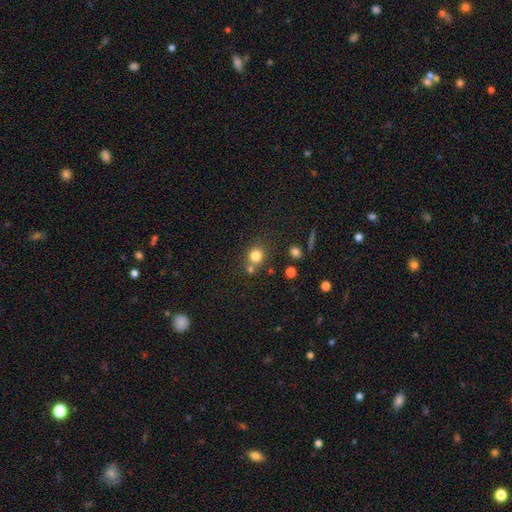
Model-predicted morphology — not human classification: Smooth or featured? Predicted: smooth (p=0.80). How rounded? Predicted: round (p=0.84). Merging? Predicted: none (p=0.62).